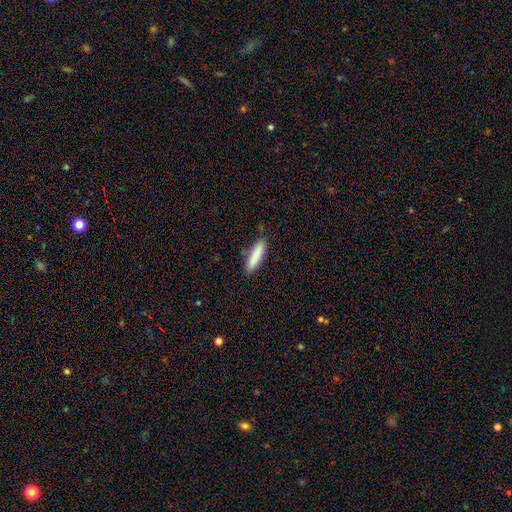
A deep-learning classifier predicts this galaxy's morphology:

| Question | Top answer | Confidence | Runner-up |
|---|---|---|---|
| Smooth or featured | smooth | 86% | featured or disk (8%) |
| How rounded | cigar-shaped | 70% | in between (29%) |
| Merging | none | 81% | minor disturbance (14%) |